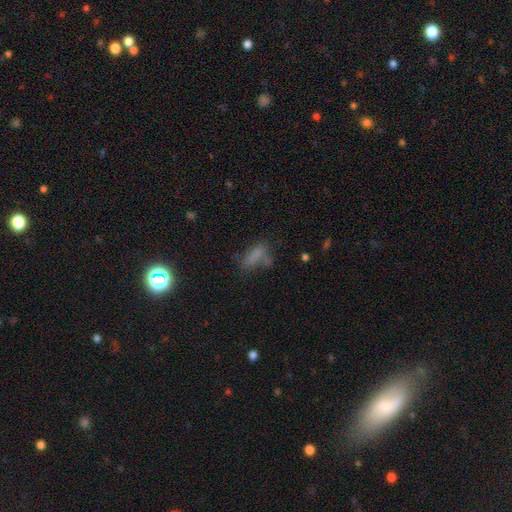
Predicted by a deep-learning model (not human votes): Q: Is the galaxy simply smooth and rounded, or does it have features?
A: smooth — 69%.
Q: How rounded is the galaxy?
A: in between — 67%.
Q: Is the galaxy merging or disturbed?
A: none — 46%.